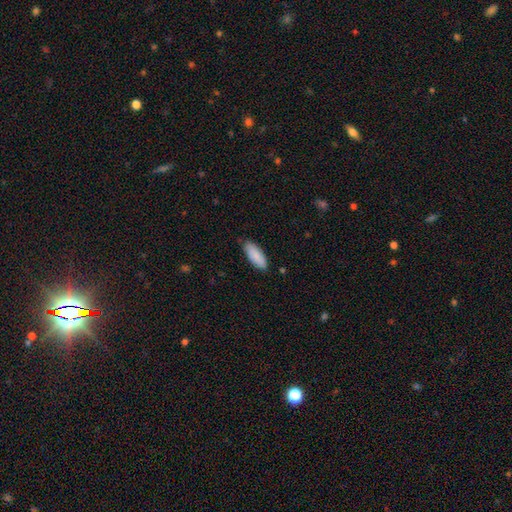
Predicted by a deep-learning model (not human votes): The model was most divided on "how rounded": in between: 76%, cigar-shaped: 22%, round: 2%. More confident: smooth or featured — smooth (88%); merging — none (83%).